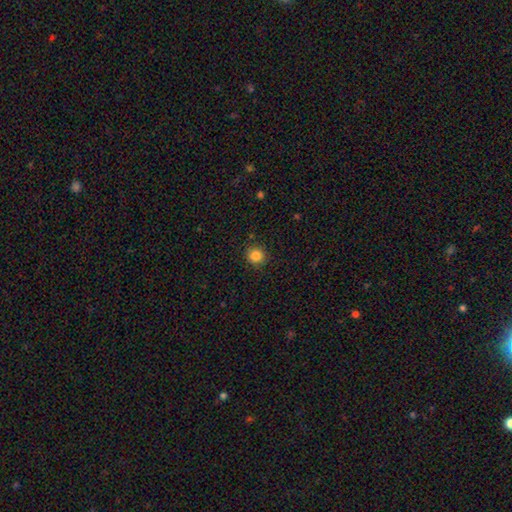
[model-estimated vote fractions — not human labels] Q: Smooth or featured?
A: smooth (85%); runner-up: star or artifact (11%)
Q: How rounded?
A: round (91%); runner-up: in between (9%)
Q: Merging?
A: none (90%); runner-up: minor disturbance (7%)